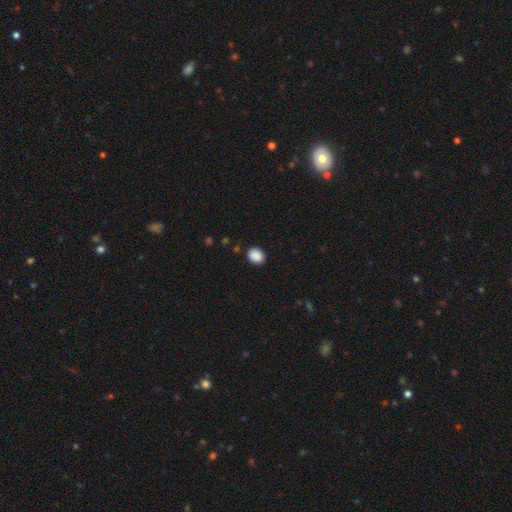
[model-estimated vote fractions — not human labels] Smooth or featured?
  - smooth: 89% *
  - star or artifact: 8%
  - featured or disk: 3%
How rounded?
  - in between: 54% *
  - round: 45%
  - cigar-shaped: 1%
Merging?
  - none: 87% *
  - minor disturbance: 10%
  - major disturbance: 2%
  - merger: 1%